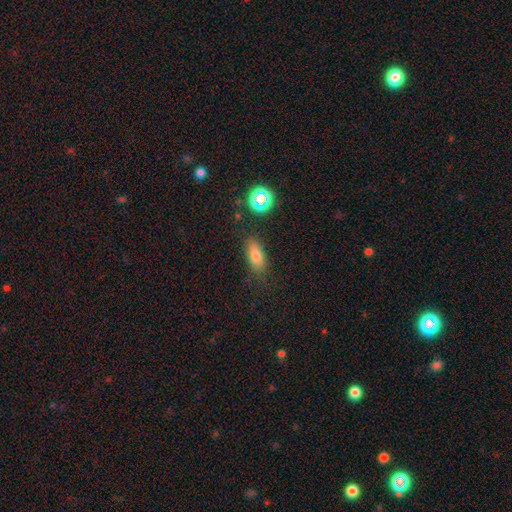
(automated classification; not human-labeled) Smooth or featured: smooth — 74% (star or artifact — 14%)
How rounded: in between — 75% (cigar-shaped — 18%)
Merging: none — 81% (minor disturbance — 13%)